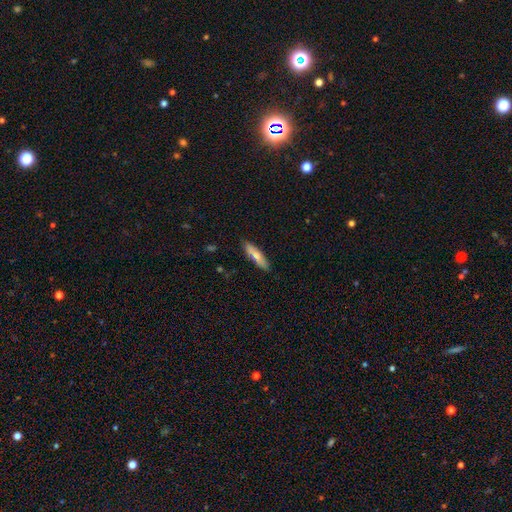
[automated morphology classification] This appears to be a smooth galaxy with no disk features (65%) that is cigar-shaped (75%). Merging: none (86%).